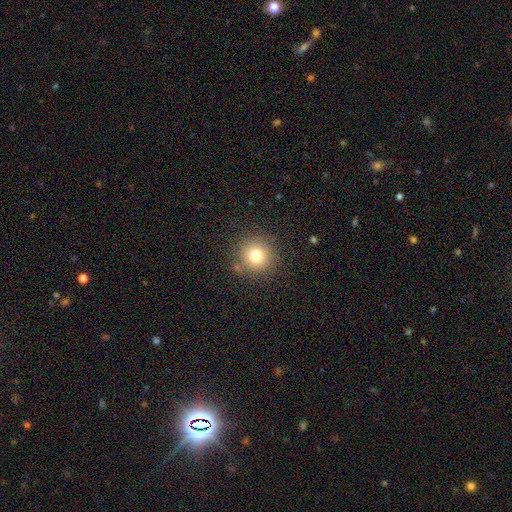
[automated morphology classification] Smooth or featured?
  - smooth: 77% *
  - star or artifact: 14%
  - featured or disk: 9%
How rounded?
  - round: 94% *
  - in between: 5%
  - cigar-shaped: 1%
Merging?
  - none: 85% *
  - minor disturbance: 9%
  - major disturbance: 3%
  - merger: 3%